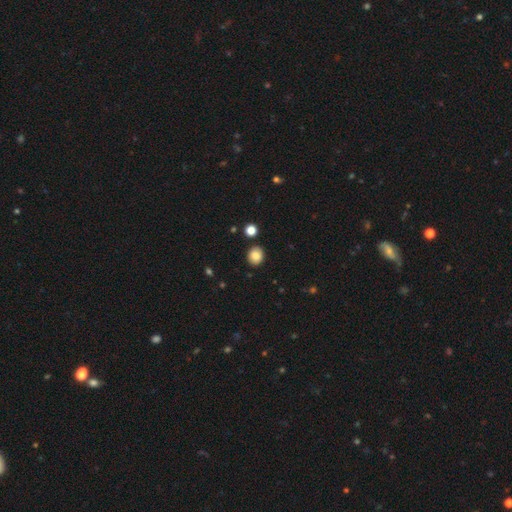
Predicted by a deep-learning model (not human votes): Smooth or featured? smooth (86%)
How rounded? round (74%)
Merging? none (87%)